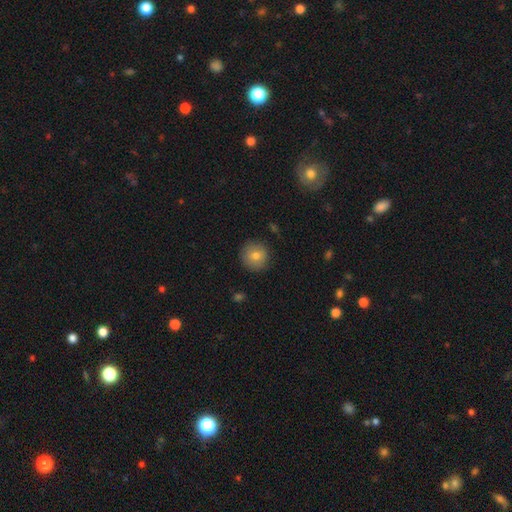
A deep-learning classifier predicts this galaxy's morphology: This appears to be a smooth galaxy with no disk features (79%) that is round (94%). Merging: none (89%).